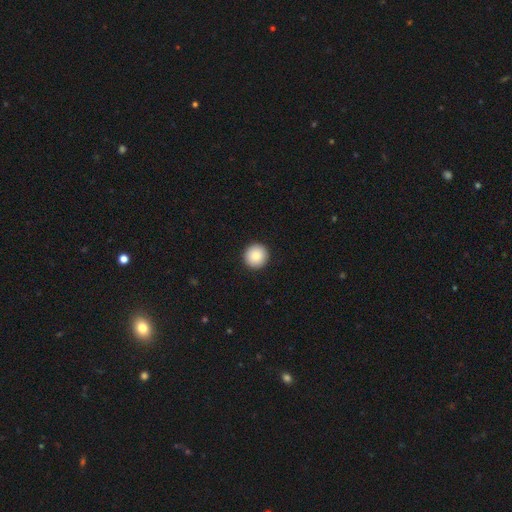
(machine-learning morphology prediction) Q: Smooth or featured?
A: smooth (88%); runner-up: star or artifact (8%)
Q: How rounded?
A: round (96%); runner-up: in between (3%)
Q: Merging?
A: none (93%); runner-up: minor disturbance (4%)